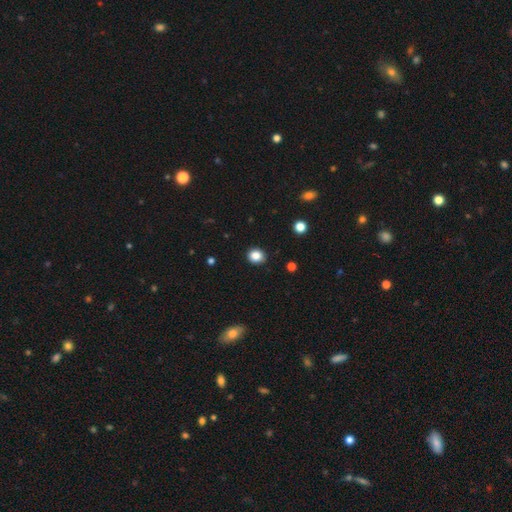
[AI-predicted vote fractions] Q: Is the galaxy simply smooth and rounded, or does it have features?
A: smooth — 86%.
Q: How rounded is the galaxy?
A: round — 78%.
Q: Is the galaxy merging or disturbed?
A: none — 91%.